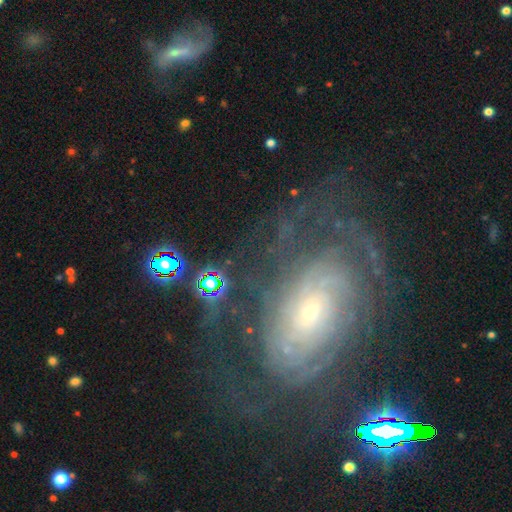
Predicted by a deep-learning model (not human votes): Overall: featured or disk (80%). Edge-on disk: no (95%). Bar: no (74%). Spiral arms: yes (90%). Spiral arm count: can't tell (49%; 2 14%). Spiral winding: tight (71%). Bulge size: small (79%). Merging: none (64%).